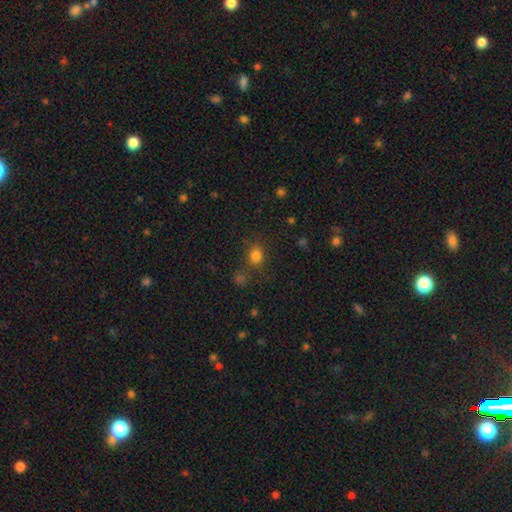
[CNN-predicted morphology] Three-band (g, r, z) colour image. It shows a smooth galaxy with no disk features (79%) that is round (72%). Merging: none (71%).